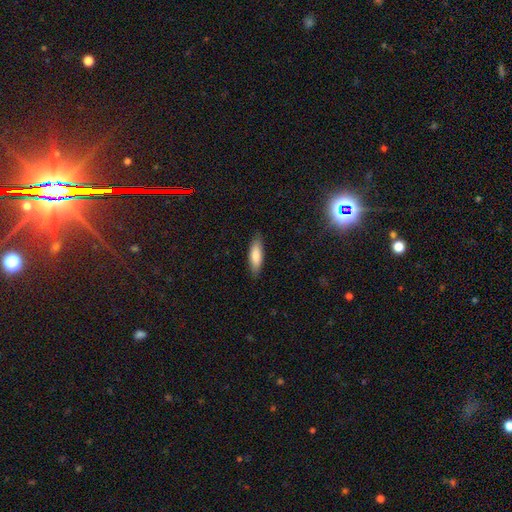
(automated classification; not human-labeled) smooth 81%, featured or disk 13%, star or artifact 6%. Down the decision tree: how rounded — cigar-shaped (50%); merging — none (85%).